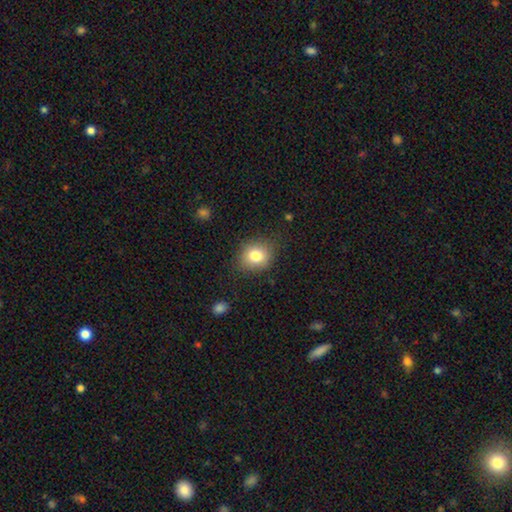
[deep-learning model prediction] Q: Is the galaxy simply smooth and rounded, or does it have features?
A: smooth — 80%.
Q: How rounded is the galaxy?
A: round — 66%.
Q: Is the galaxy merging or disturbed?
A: none — 82%.